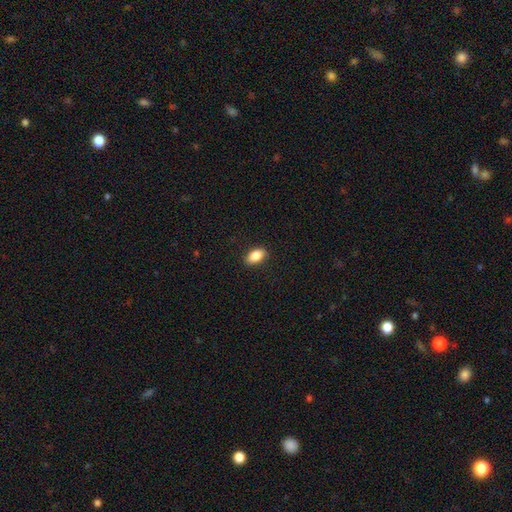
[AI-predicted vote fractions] Smooth or featured?
  - smooth: 86% *
  - star or artifact: 7%
  - featured or disk: 7%
How rounded?
  - in between: 91% *
  - round: 6%
  - cigar-shaped: 4%
Merging?
  - none: 88% *
  - minor disturbance: 9%
  - major disturbance: 2%
  - merger: 1%